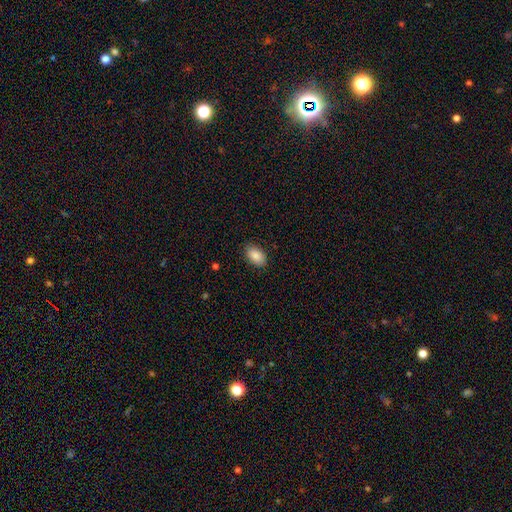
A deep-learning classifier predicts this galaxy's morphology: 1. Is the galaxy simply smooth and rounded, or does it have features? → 88% smooth, 7% star or artifact, 5% featured or disk.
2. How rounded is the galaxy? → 93% in between, 5% round, 2% cigar-shaped.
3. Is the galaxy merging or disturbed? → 87% none, 10% minor disturbance, 2% major disturbance, 1% merger.